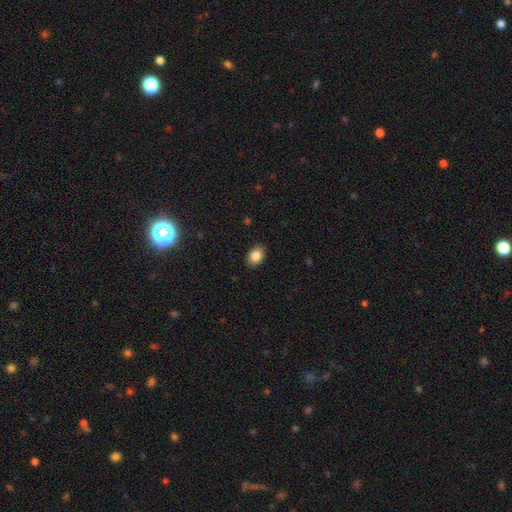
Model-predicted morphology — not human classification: smooth-or-featured: smooth: 86% | star or artifact: 9% | featured or disk: 6%
  how-rounded: in between: 76% | round: 23% | cigar-shaped: 1%
  merging: none: 88% | minor disturbance: 9% | major disturbance: 2% | merger: 1%